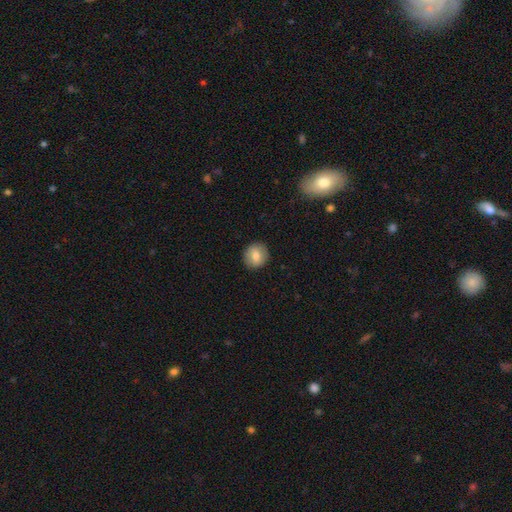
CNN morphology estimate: Overall: smooth (78%). How rounded: round (85%). Merging: none (90%).